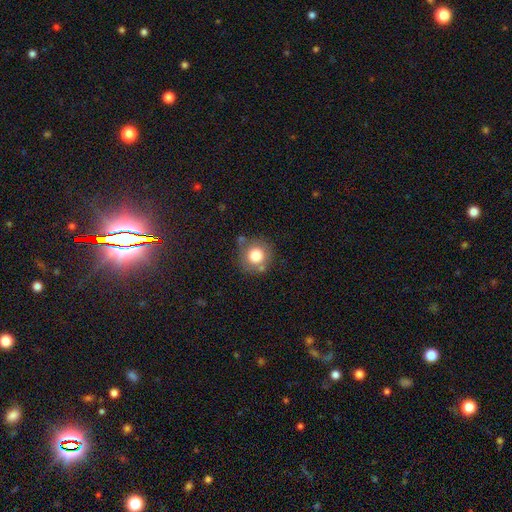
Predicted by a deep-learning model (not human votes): smooth 79%, featured or disk 11%, star or artifact 10%. Down the decision tree: how rounded — round (90%); merging — none (69%).